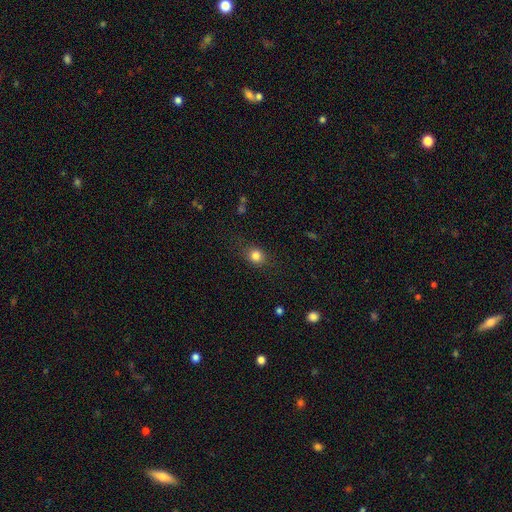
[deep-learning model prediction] Smooth or featured?
  - smooth: 82% *
  - star or artifact: 11%
  - featured or disk: 7%
How rounded?
  - round: 65% *
  - in between: 33%
  - cigar-shaped: 1%
Merging?
  - none: 81% *
  - minor disturbance: 13%
  - major disturbance: 5%
  - merger: 1%